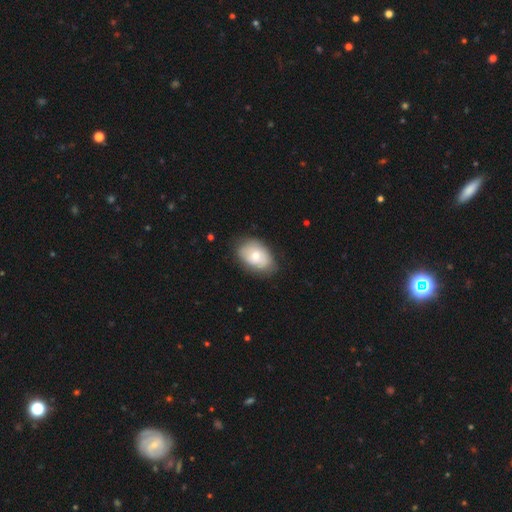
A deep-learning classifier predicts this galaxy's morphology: Overall: smooth (63%; featured or disk 30%). How rounded: in between (84%). Merging: none (74%).